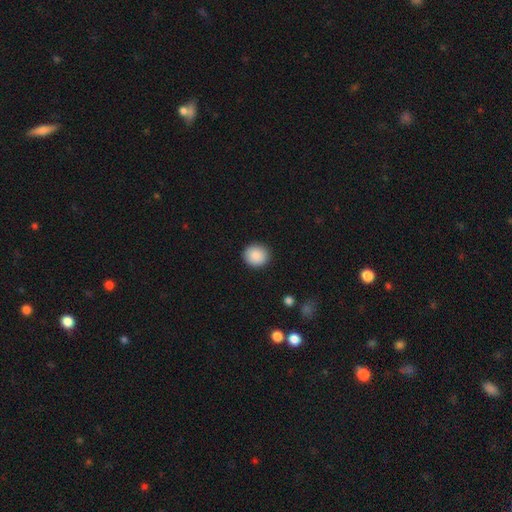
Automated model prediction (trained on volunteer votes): This appears to be a smooth galaxy with no disk features (88%) that is round (84%). Merging: none (91%).